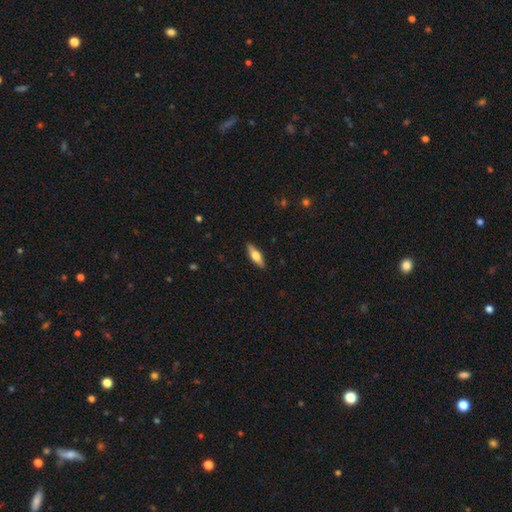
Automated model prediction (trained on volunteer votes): A smooth galaxy with no disk features (51%) that is in between round and cigar-shaped (51%).

Vote fractions:
- Smooth or featured? smooth: 51% / featured or disk: 43% / star or artifact: 6%
- How rounded? in between: 51% / cigar-shaped: 47% / round: 3%
- Merging? none: 89% / minor disturbance: 8% / major disturbance: 2% / merger: 1%